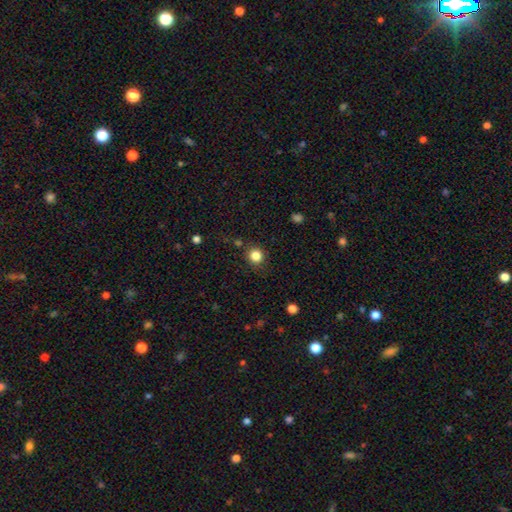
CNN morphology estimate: This is clearly a smooth galaxy (84%). How rounded: clearly round (90%). Merging: clearly none (85%).